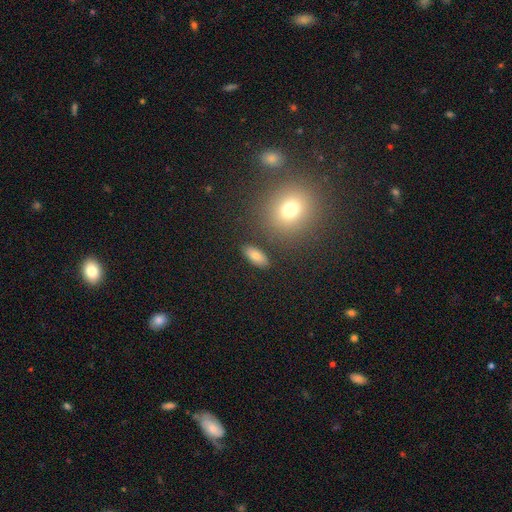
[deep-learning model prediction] smooth_or_featured: smooth (p=0.78) [alt: featured or disk p=0.12]
how_rounded: in between (p=0.82) [alt: cigar-shaped p=0.11]
merging: none (p=0.85) [alt: minor disturbance p=0.09]